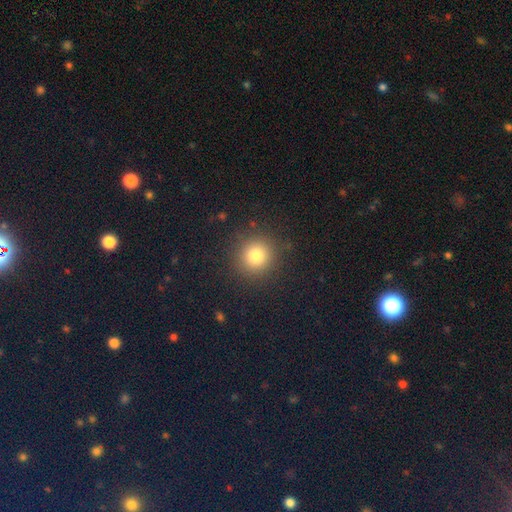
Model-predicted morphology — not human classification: smooth 79%, star or artifact 14%, featured or disk 7%. Down the decision tree: how rounded — round (92%); merging — none (89%).